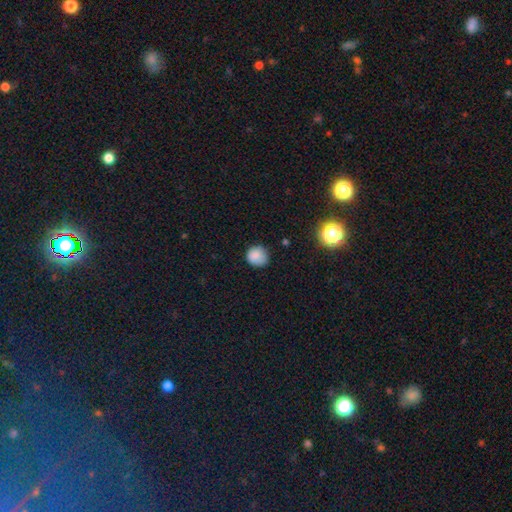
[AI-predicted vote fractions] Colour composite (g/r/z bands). It shows a smooth galaxy with no disk features (83%) that is round (88%). Merging: none (77%).